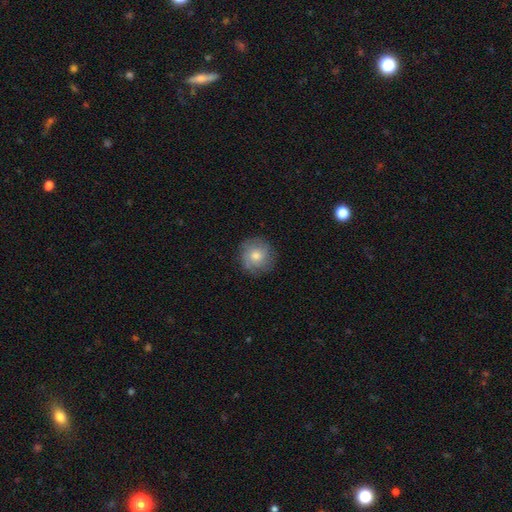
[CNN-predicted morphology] Overall: smooth (59%; featured or disk 31%). How rounded: round (93%). Merging: none (83%).